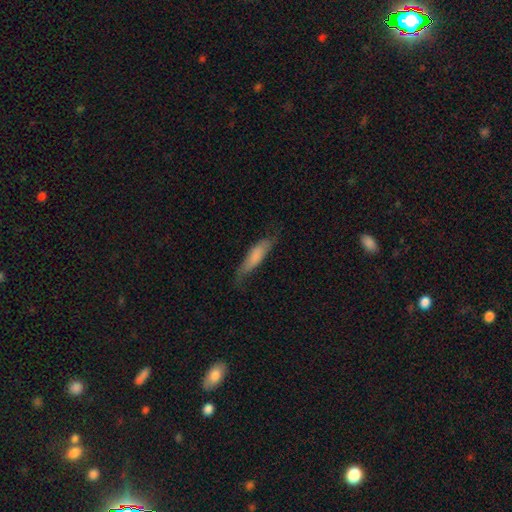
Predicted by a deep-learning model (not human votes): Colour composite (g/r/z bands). It shows a smooth galaxy with no disk features (70%) that is cigar-shaped (68%). Merging: none (63%).